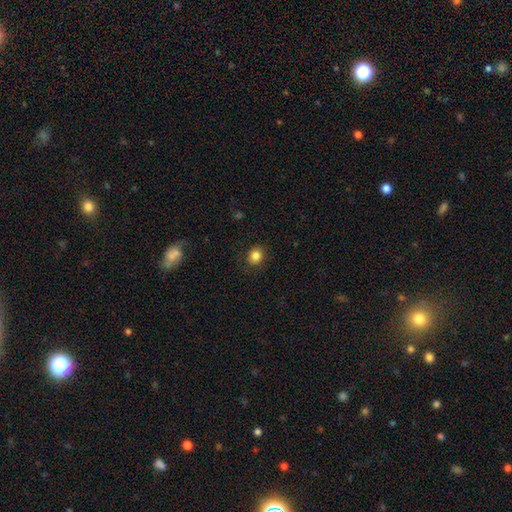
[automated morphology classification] This appears to be a smooth galaxy with no disk features (84%) that is round (79%). Merging: none (88%).